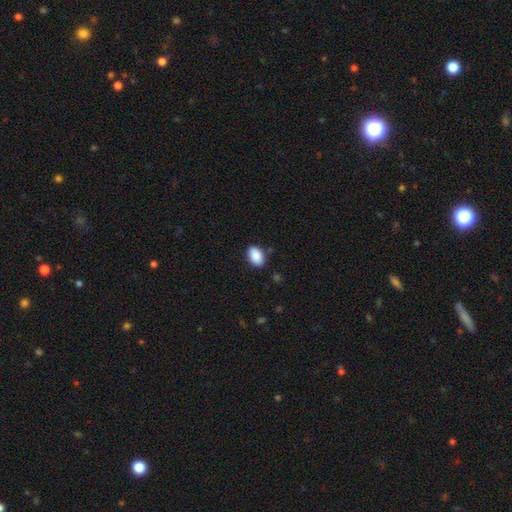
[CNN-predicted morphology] Smooth or featured: smooth — 90% (star or artifact — 7%)
How rounded: in between — 91% (round — 7%)
Merging: none — 85% (minor disturbance — 11%)